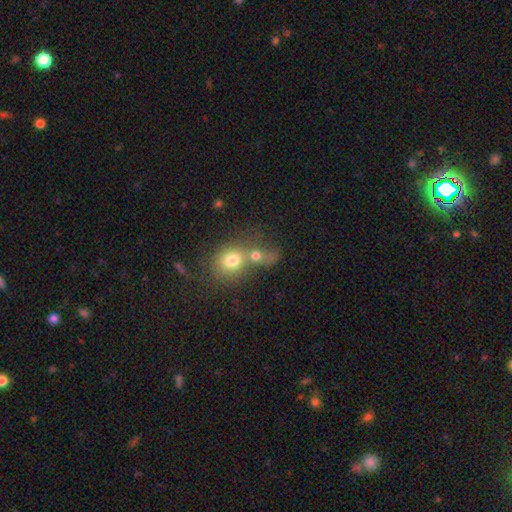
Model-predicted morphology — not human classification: Smooth or featured?
  - smooth: 70% *
  - star or artifact: 15%
  - featured or disk: 15%
How rounded?
  - round: 68% *
  - in between: 30%
  - cigar-shaped: 2%
Merging?
  - merger: 63% *
  - none: 25%
  - minor disturbance: 7%
  - major disturbance: 6%